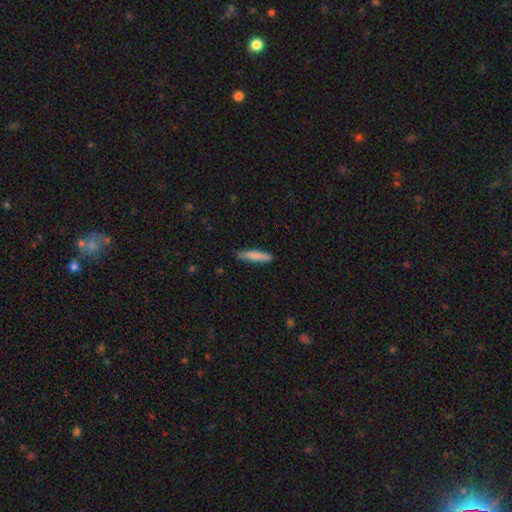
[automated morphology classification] This is clearly a smooth galaxy (82%). How rounded: clearly cigar-shaped (86%). Merging: clearly none (81%).